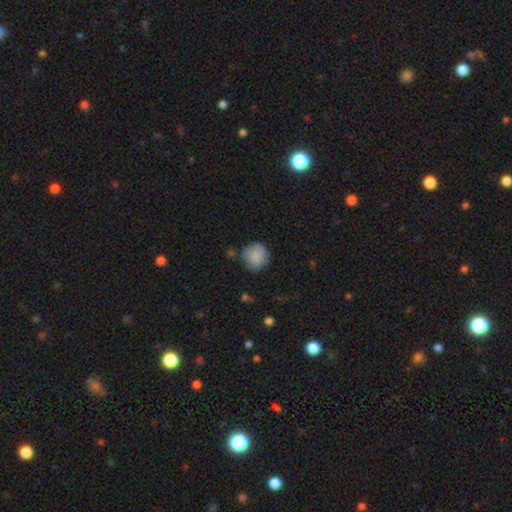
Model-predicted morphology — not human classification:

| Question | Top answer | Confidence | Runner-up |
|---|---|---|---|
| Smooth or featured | smooth | 85% | featured or disk (7%) |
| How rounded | round | 90% | in between (9%) |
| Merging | none | 72% | minor disturbance (19%) |